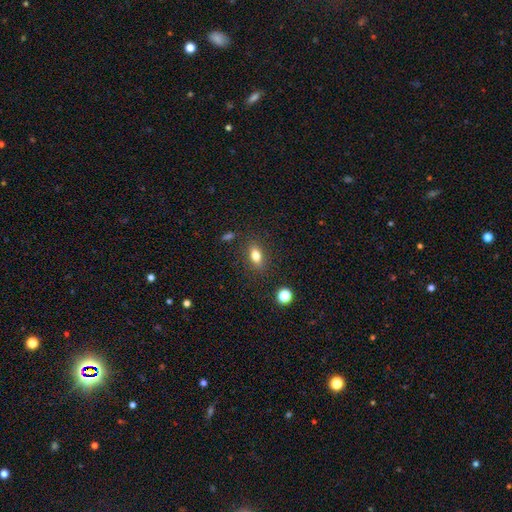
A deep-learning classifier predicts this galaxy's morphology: This appears to be a smooth galaxy with no disk features (79%) that is in between round and cigar-shaped (79%). Merging: none (85%).